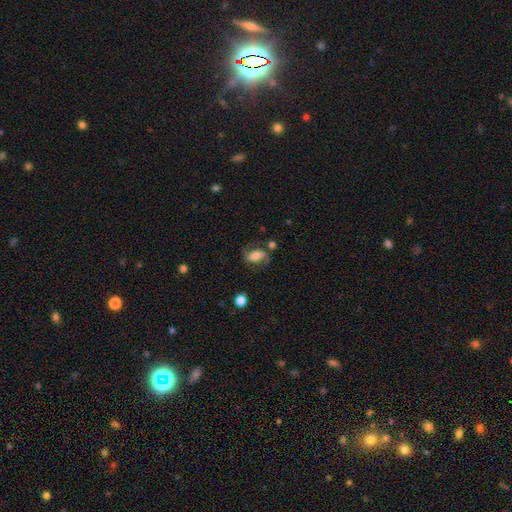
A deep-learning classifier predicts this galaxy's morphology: Smooth or featured? Predicted: smooth (p=0.46). Merging? Predicted: none (p=0.61).